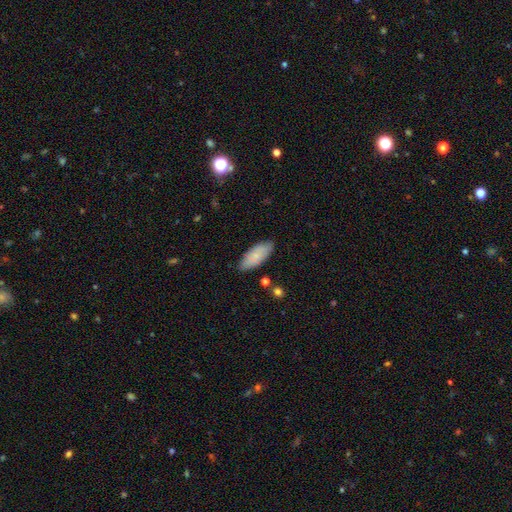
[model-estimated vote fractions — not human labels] smooth_or_featured: smooth (p=0.79) [alt: featured or disk p=0.14]
how_rounded: in between (p=0.83) [alt: cigar-shaped p=0.15]
merging: none (p=0.83) [alt: minor disturbance p=0.13]